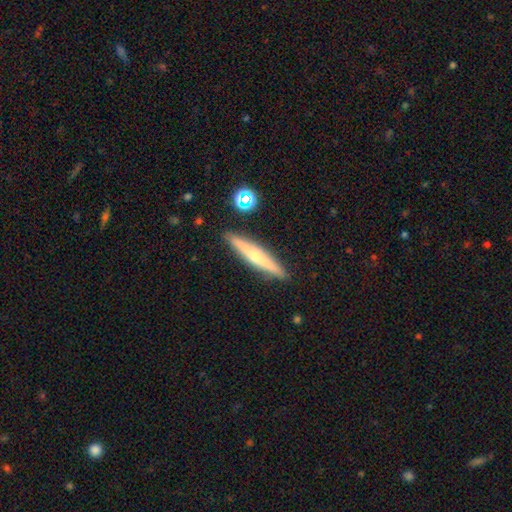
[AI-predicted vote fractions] Smooth or featured: featured or disk — 61% (smooth — 32%)
Edge-on disk: yes — 96% (no — 4%)
Edge-on bulge: rounded — 84% (none — 13%)
Merging: none — 90% (minor disturbance — 7%)